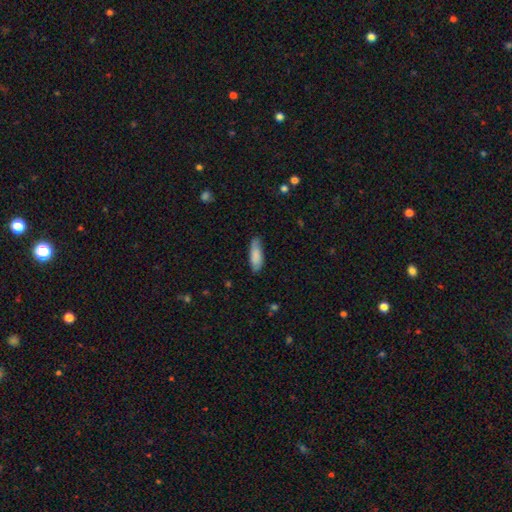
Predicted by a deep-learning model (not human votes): smooth_or_featured: smooth (p=0.81) [alt: featured or disk p=0.13]
how_rounded: in between (p=0.56) [alt: cigar-shaped p=0.42]
merging: none (p=0.72) [alt: minor disturbance p=0.23]